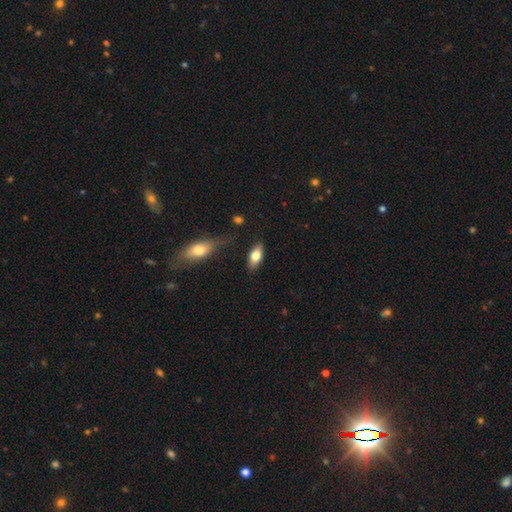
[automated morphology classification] This appears to be a smooth galaxy with no disk features (72%) that is in between round and cigar-shaped (84%). Merging: none (79%).